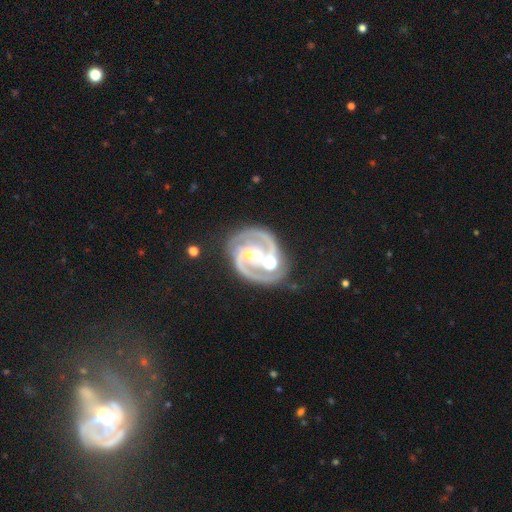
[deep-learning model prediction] Morphology: type=featured or disk (87%); edge-on=no (98%); bar=weak (36%); spiral arms=yes (94%); winding=medium (52%); arm count=2 (84%); bulge=moderate (68%); merging=none (50%).